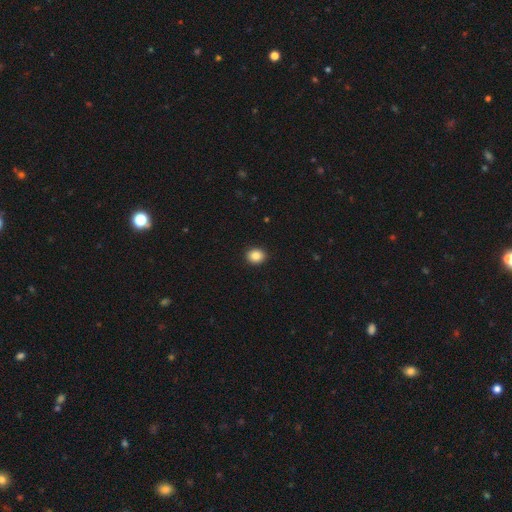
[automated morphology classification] A smooth galaxy with no disk features (86%) that is round (70%).

Vote fractions:
- Smooth or featured? smooth: 86% / star or artifact: 9% / featured or disk: 5%
- How rounded? round: 70% / in between: 29% / cigar-shaped: 1%
- Merging? none: 92% / minor disturbance: 6% / major disturbance: 2% / merger: 1%